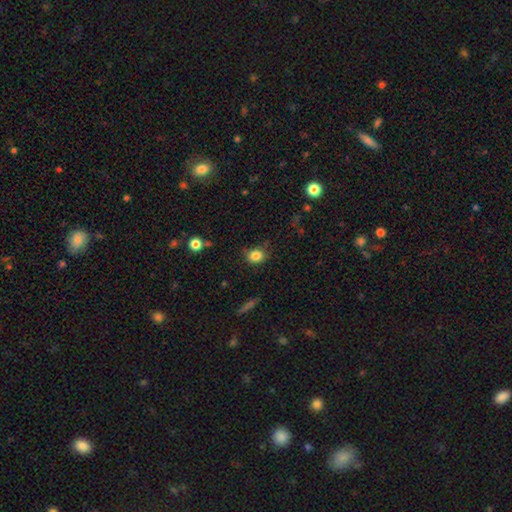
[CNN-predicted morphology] Smooth or featured?
  - smooth: 84% *
  - star or artifact: 10%
  - featured or disk: 6%
How rounded?
  - round: 61% *
  - in between: 37%
  - cigar-shaped: 1%
Merging?
  - none: 76% *
  - minor disturbance: 18%
  - major disturbance: 4%
  - merger: 2%